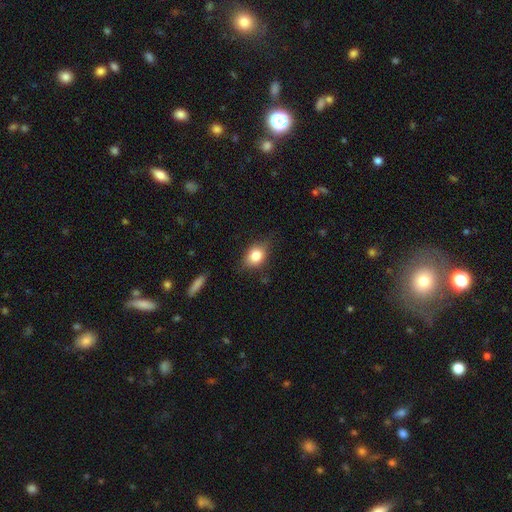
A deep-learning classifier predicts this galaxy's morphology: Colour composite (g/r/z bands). It shows a smooth galaxy with no disk features (81%) that is in between round and cigar-shaped (67%). Merging: none (74%).